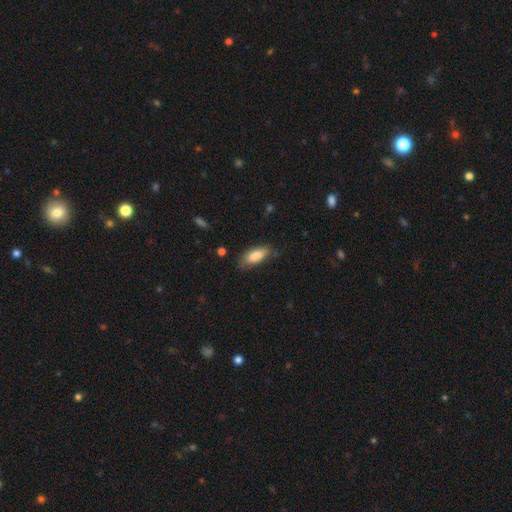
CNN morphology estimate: Smooth or featured?
  - smooth: 81% *
  - featured or disk: 13%
  - star or artifact: 6%
How rounded?
  - in between: 78% *
  - cigar-shaped: 20%
  - round: 2%
Merging?
  - none: 66% *
  - minor disturbance: 26%
  - major disturbance: 6%
  - merger: 2%